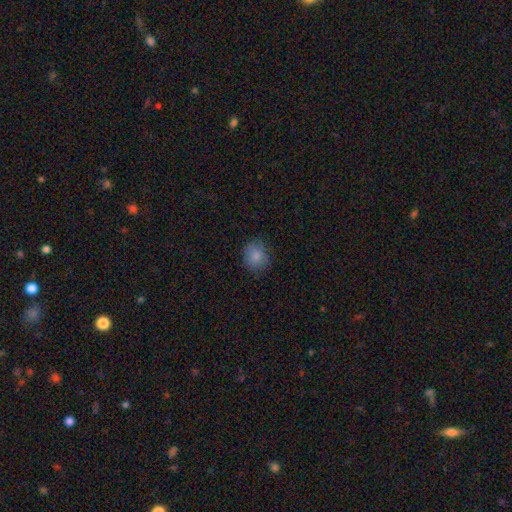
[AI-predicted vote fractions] A smooth galaxy with no disk features (84%) that is round (77%).

Vote fractions:
- Smooth or featured? smooth: 84% / star or artifact: 9% / featured or disk: 7%
- How rounded? round: 77% / in between: 23% / cigar-shaped: 1%
- Merging? none: 81% / minor disturbance: 15% / major disturbance: 4% / merger: 1%